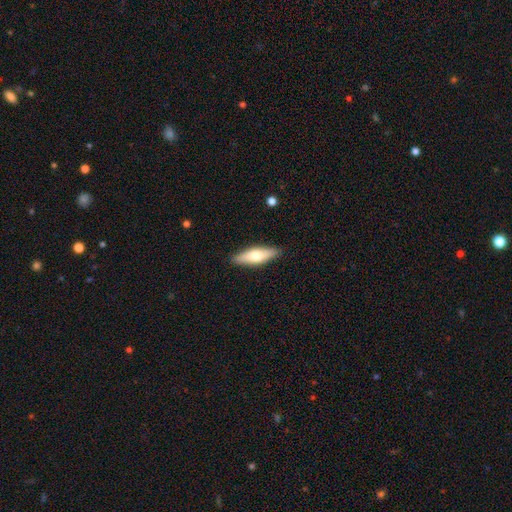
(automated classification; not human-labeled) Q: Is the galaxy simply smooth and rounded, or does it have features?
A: smooth — 63%.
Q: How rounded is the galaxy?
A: cigar-shaped — 49%.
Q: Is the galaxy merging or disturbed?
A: none — 89%.